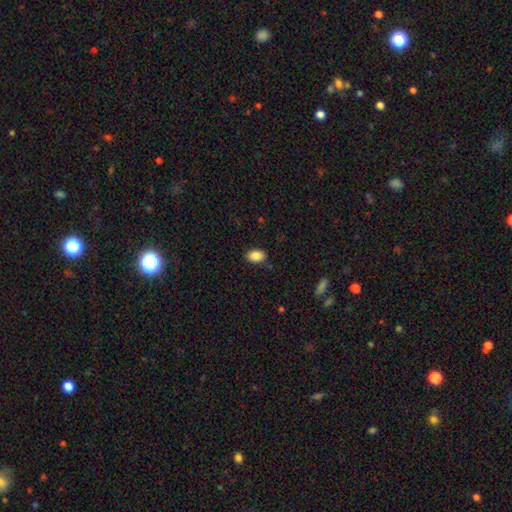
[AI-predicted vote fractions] smooth-or-featured: smooth: 88% | star or artifact: 8% | featured or disk: 4%
  how-rounded: in between: 86% | round: 12% | cigar-shaped: 1%
  merging: none: 81% | minor disturbance: 14% | major disturbance: 3% | merger: 2%